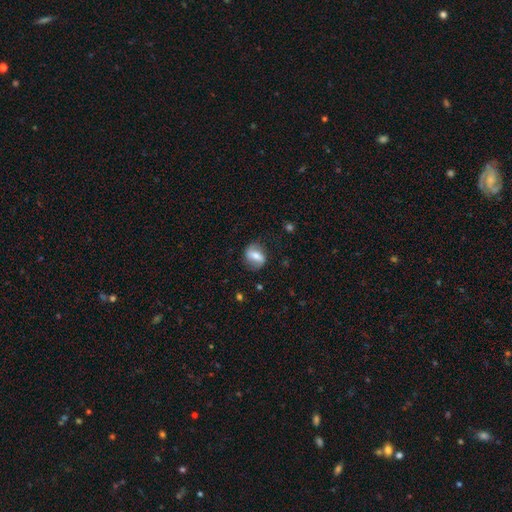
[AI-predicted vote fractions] Smooth or featured? Predicted: featured or disk (p=0.48). Merging? Predicted: none (p=0.77).